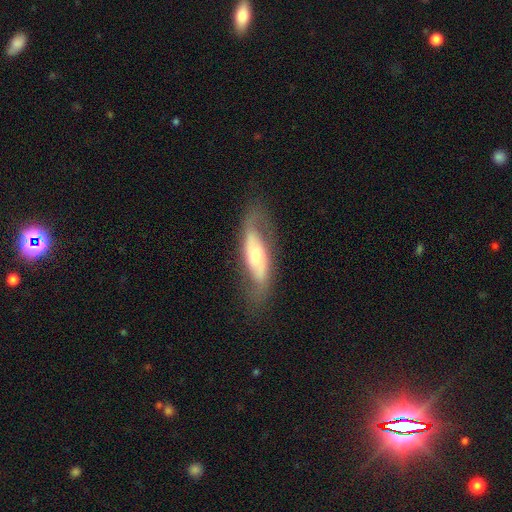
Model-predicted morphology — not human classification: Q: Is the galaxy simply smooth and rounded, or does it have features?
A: featured or disk — 68%.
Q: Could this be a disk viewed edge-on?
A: no — 79%.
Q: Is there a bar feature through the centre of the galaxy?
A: no — 55%.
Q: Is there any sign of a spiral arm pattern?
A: yes — 75%.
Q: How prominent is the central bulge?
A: moderate — 53%.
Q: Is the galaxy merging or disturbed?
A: none — 72%.